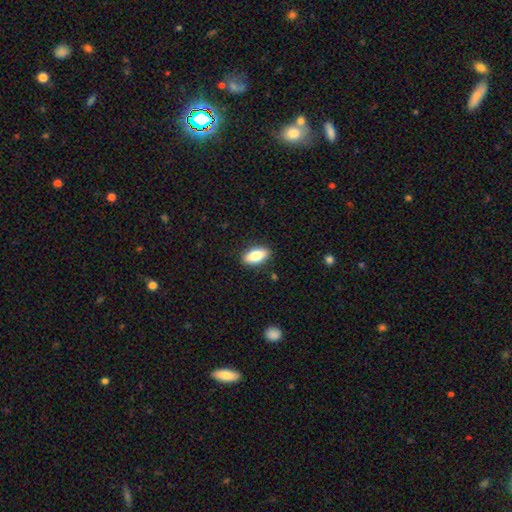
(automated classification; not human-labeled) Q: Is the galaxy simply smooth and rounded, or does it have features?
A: smooth — 78%.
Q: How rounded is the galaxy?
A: in between — 86%.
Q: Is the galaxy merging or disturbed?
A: none — 89%.